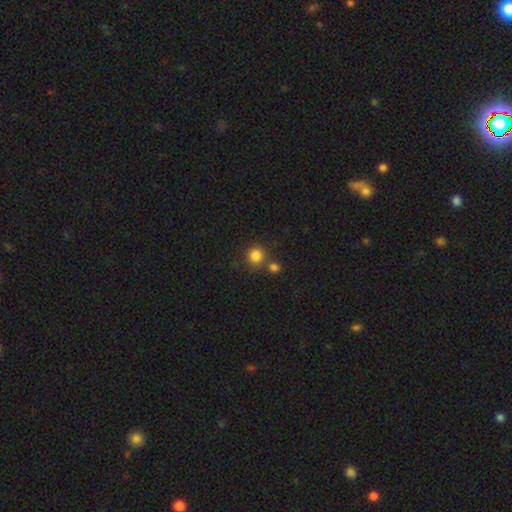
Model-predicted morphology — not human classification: Smooth or featured: smooth — 84% (star or artifact — 11%)
How rounded: round — 90% (in between — 9%)
Merging: none — 69% (merger — 19%)